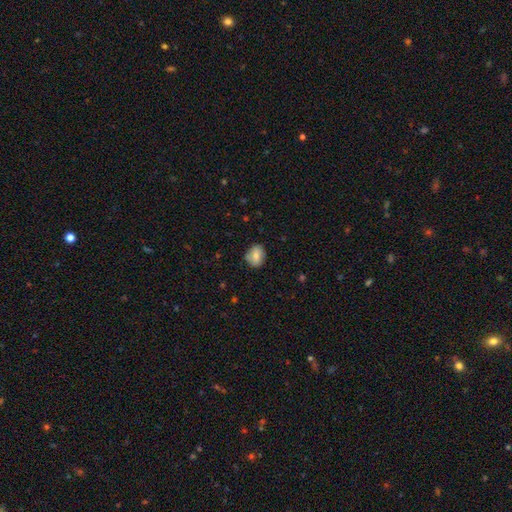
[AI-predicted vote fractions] Q: Smooth or featured?
A: smooth (73%); runner-up: featured or disk (18%)
Q: How rounded?
A: round (54%); runner-up: in between (44%)
Q: Merging?
A: none (78%); runner-up: minor disturbance (17%)